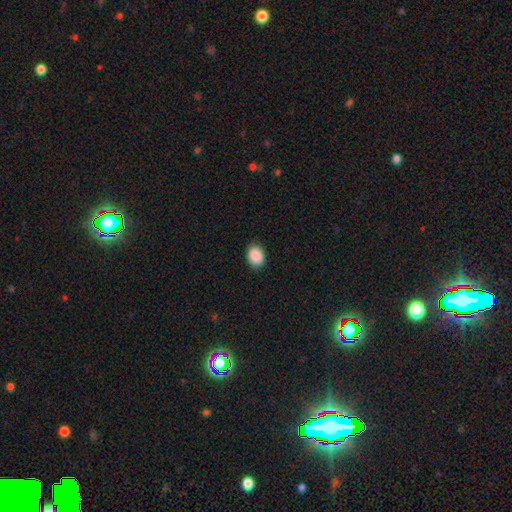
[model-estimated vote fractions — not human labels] Smooth or featured? Predicted: smooth (p=0.90). How rounded? Predicted: in between (p=0.64). Merging? Predicted: none (p=0.87).